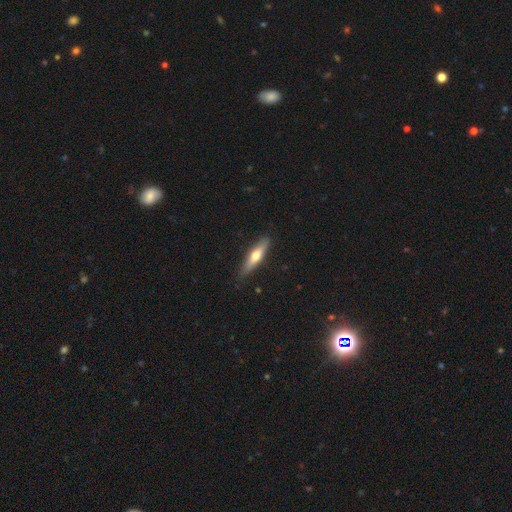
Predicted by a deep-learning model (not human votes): Smooth or featured? smooth (52%)
How rounded? cigar-shaped (78%)
Merging? none (87%)